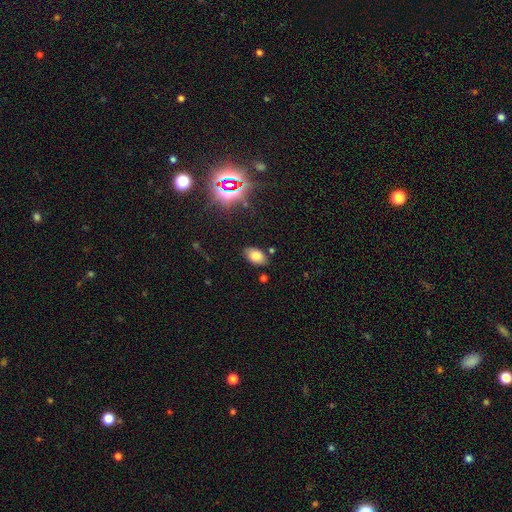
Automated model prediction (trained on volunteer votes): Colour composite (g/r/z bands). It shows a smooth galaxy with no disk features (76%) that is in between round and cigar-shaped (90%). Merging: none (81%).